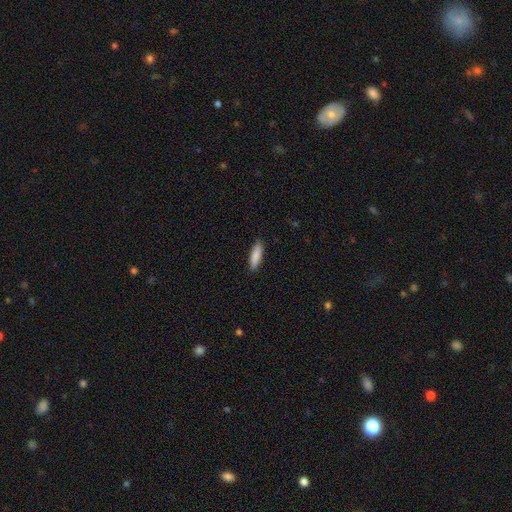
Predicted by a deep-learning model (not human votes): This is clearly a smooth galaxy (87%). How rounded: likely cigar-shaped (62%). Merging: clearly none (90%).